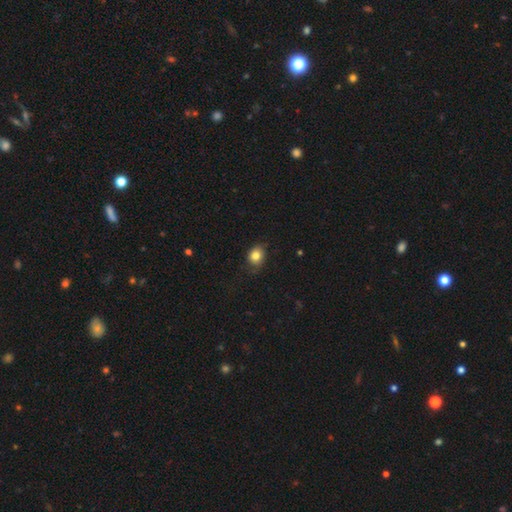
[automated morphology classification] A smooth galaxy with no disk features (83%) that is round (55%). Merging: none (72%).